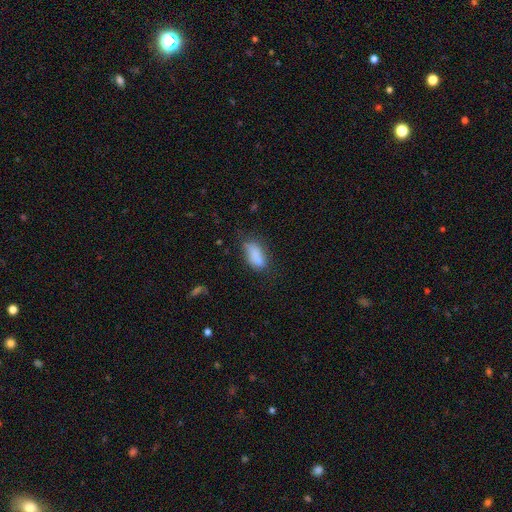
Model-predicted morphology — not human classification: smooth_or_featured: smooth (p=0.80) [alt: featured or disk p=0.12]
how_rounded: in between (p=0.87) [alt: cigar-shaped p=0.10]
merging: none (p=0.50) [alt: minor disturbance p=0.30]